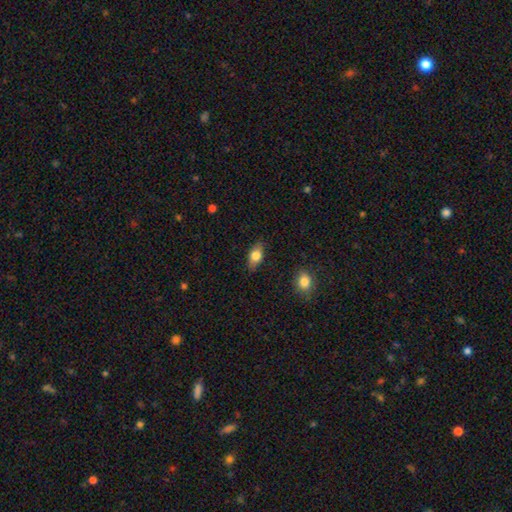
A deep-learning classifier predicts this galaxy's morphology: Smooth or featured? Predicted: smooth (p=0.76). How rounded? Predicted: in between (p=0.87). Merging? Predicted: none (p=0.85).